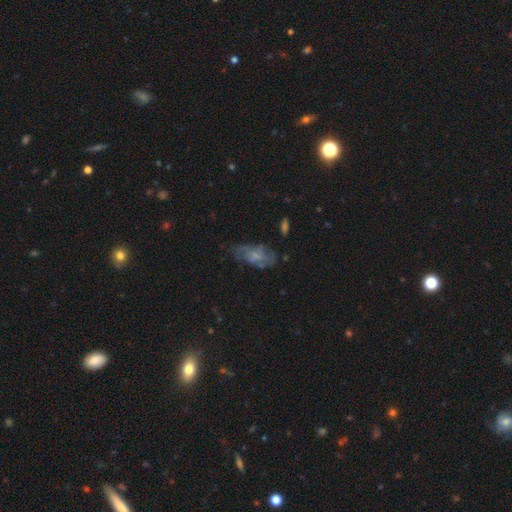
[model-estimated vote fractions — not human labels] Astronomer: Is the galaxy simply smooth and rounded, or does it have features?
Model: featured or disk — 54% (runner-up: smooth, 37%).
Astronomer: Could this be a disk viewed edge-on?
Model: no — 93%.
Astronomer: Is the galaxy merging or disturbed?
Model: none — 57%.